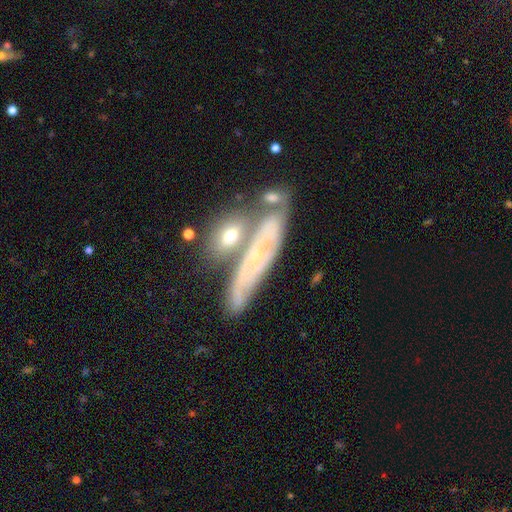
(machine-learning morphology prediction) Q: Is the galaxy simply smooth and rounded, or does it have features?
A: featured or disk — 68%.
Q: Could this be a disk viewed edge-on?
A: no — 68%.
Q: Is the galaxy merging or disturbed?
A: none — 44%.